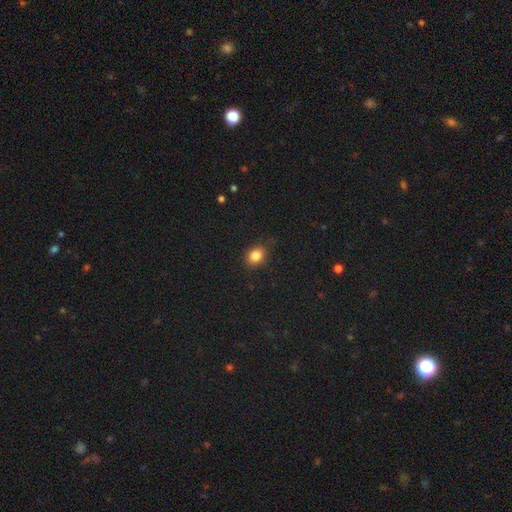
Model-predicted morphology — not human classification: This appears to be a smooth galaxy with no disk features (84%) that is in between round and cigar-shaped (51%). Merging: none (83%).